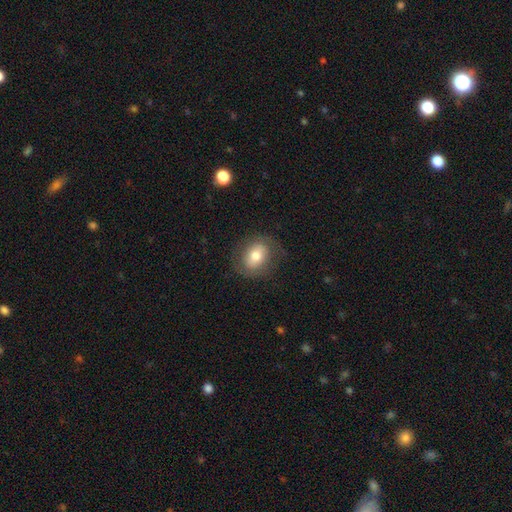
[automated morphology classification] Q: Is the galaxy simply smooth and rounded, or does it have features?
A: smooth — 69%.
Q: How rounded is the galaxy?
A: in between — 51%.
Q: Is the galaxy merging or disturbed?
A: none — 78%.